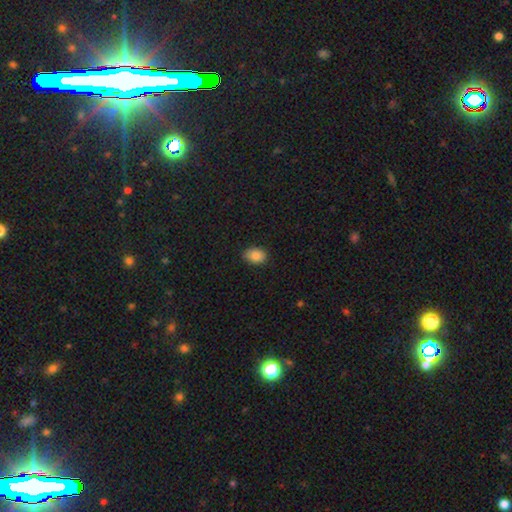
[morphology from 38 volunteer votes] Volunteers were most divided on "how rounded": in between: 66%, round: 34%, cigar-shaped: 0%. More confident: smooth or featured — smooth (92%); merging — none (86%).